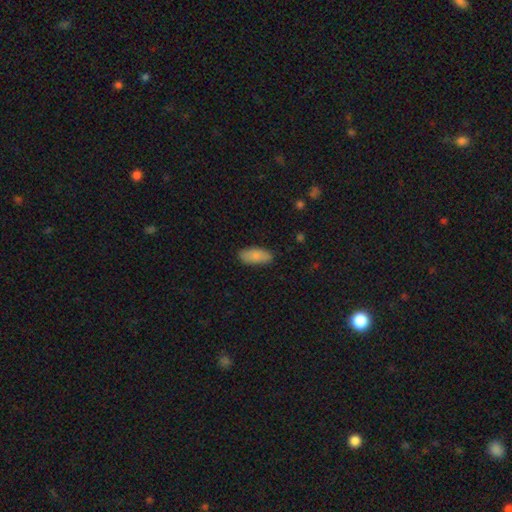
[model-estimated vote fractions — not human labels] This is clearly a smooth galaxy (84%). How rounded: clearly in between (88%). Merging: clearly none (85%).